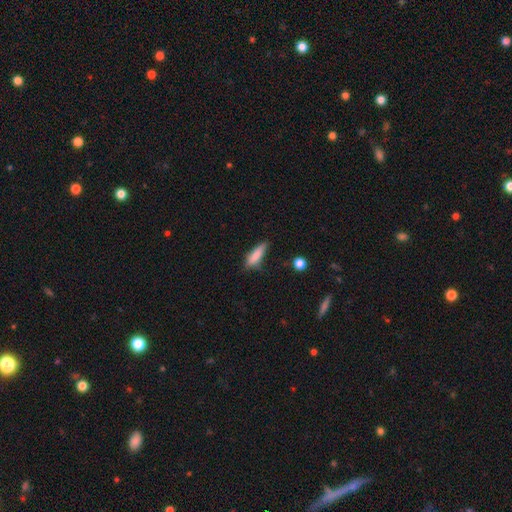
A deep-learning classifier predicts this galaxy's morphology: A smooth galaxy with no disk features (83%) that is cigar-shaped (57%).

Vote fractions:
- Smooth or featured? smooth: 83% / featured or disk: 10% / star or artifact: 7%
- How rounded? cigar-shaped: 57% / in between: 41% / round: 2%
- Merging? none: 68% / minor disturbance: 25% / major disturbance: 5% / merger: 3%